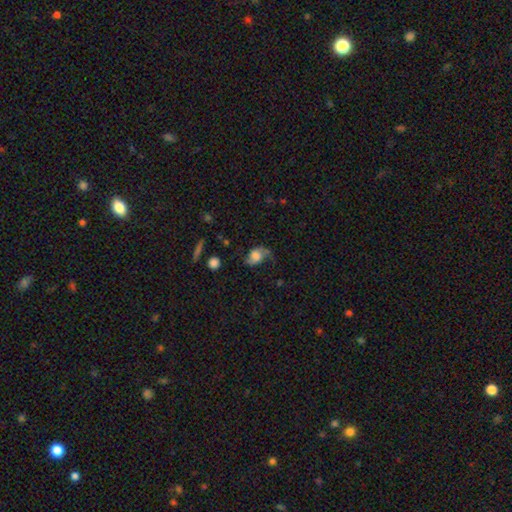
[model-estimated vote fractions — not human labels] Smooth or featured? featured or disk (52%)
Edge-on disk? no (96%)
Merging? none (45%)